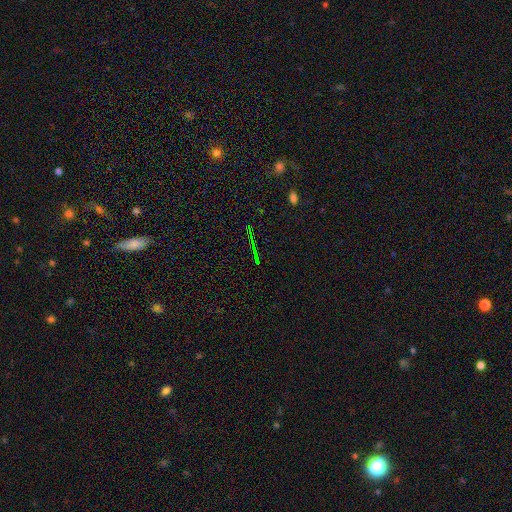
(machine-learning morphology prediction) This appears to be a star or artifact, not a galaxy (75%).